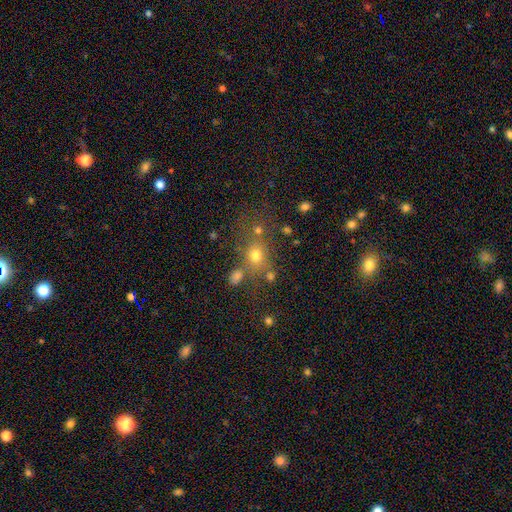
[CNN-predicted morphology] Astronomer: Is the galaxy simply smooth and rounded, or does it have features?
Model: smooth — 69%.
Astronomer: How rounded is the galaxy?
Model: round — 61% (runner-up: in between, 37%).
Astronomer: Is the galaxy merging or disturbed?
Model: none — 58%.